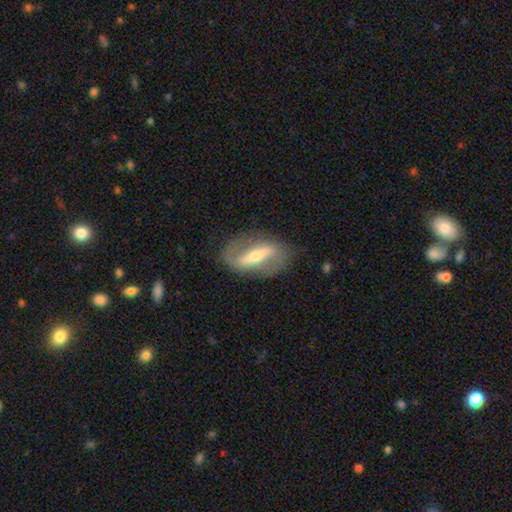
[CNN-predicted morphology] Smooth or featured?
  - featured or disk: 77% *
  - smooth: 17%
  - star or artifact: 6%
Edge-on disk?
  - no: 81% *
  - yes: 19%
Bar?
  - strong: 72% *
  - weak: 19%
  - no: 9%
Spiral arms?
  - yes: 65% *
  - no: 35%
Bulge size?
  - moderate: 51% *
  - small: 41%
  - large: 5%
  - none: 2%
  - dominant: 1%
Merging?
  - none: 78% *
  - minor disturbance: 14%
  - major disturbance: 7%
  - merger: 1%